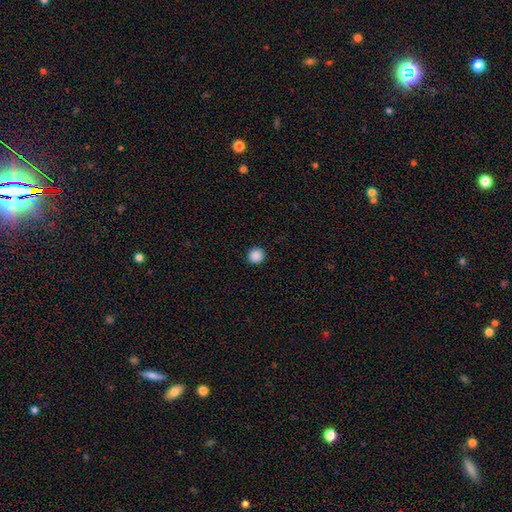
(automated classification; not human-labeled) smooth 88%, star or artifact 10%, featured or disk 2%. Down the decision tree: how rounded — round (93%); merging — none (93%).